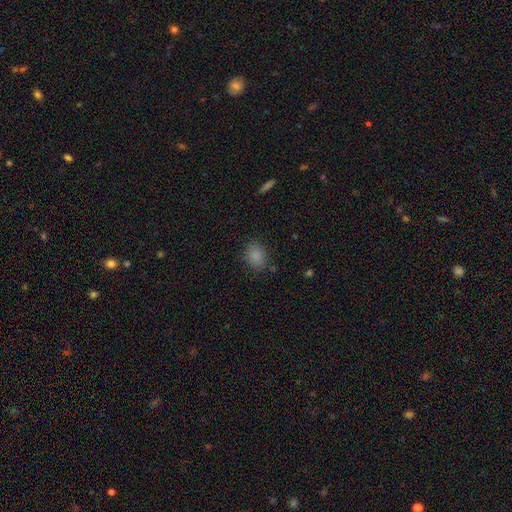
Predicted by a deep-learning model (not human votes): Overall: smooth (85%). How rounded: in between (56%; round 43%). Merging: none (81%).